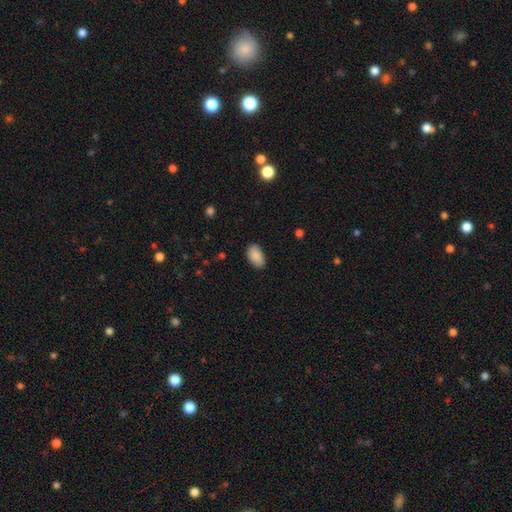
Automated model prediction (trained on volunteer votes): Smooth or featured? smooth (89%)
How rounded? in between (94%)
Merging? none (84%)